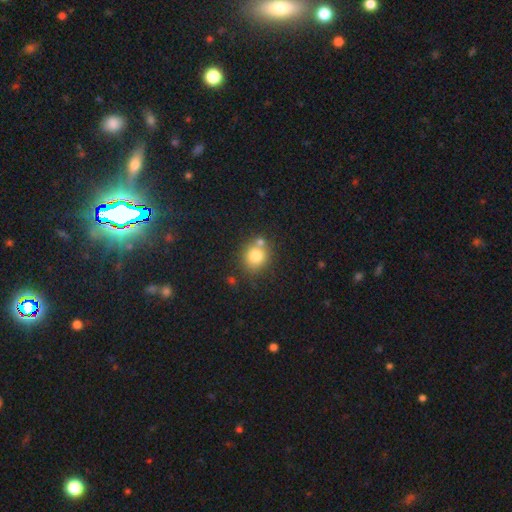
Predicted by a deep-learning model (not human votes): smooth_or_featured: smooth (p=0.80) [alt: star or artifact p=0.11]
how_rounded: round (p=0.80) [alt: in between p=0.19]
merging: none (p=0.66) [alt: merger p=0.19]